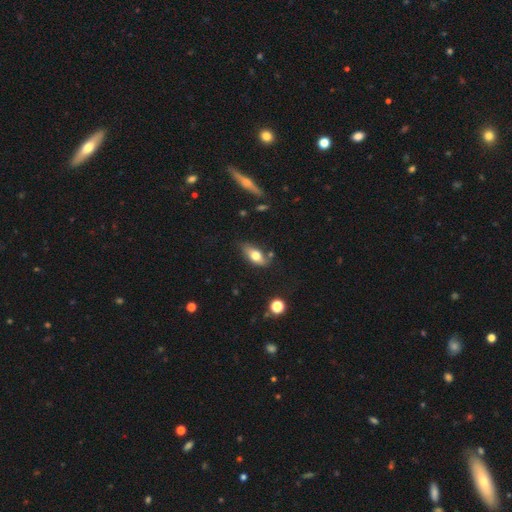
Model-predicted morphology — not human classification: Smooth or featured: smooth — 64% (featured or disk — 28%)
How rounded: in between — 81% (cigar-shaped — 15%)
Merging: none — 66% (minor disturbance — 23%)